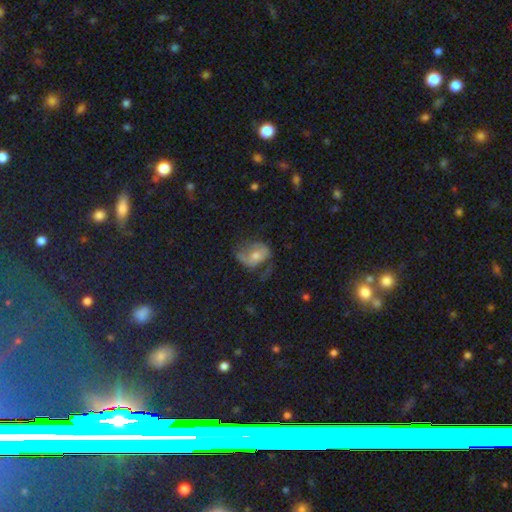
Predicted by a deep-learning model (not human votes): This is possibly a featured or disk galaxy (51%). It is clearly not viewed edge-on (96%). Merging: possibly none (46%).